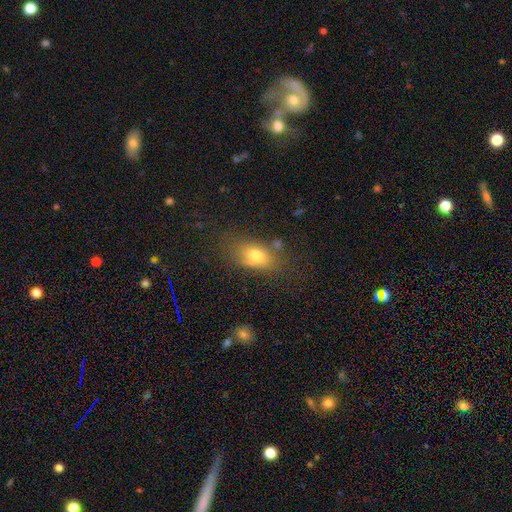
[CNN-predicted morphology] Smooth or featured? smooth (71%)
How rounded? in between (81%)
Merging? none (65%)